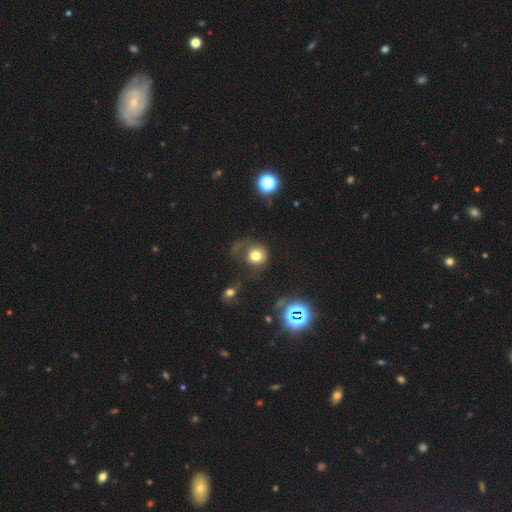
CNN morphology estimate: Smooth or featured: smooth — 70% (featured or disk — 16%)
How rounded: round — 81% (in between — 18%)
Merging: major disturbance — 39% (none — 36%)